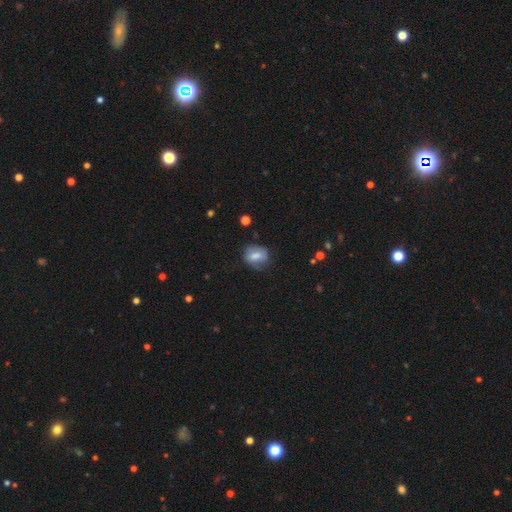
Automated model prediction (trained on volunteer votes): Smooth or featured?
  - smooth: 65% *
  - featured or disk: 26%
  - star or artifact: 9%
How rounded?
  - in between: 55% *
  - round: 43%
  - cigar-shaped: 2%
Merging?
  - none: 63% *
  - minor disturbance: 26%
  - major disturbance: 10%
  - merger: 2%